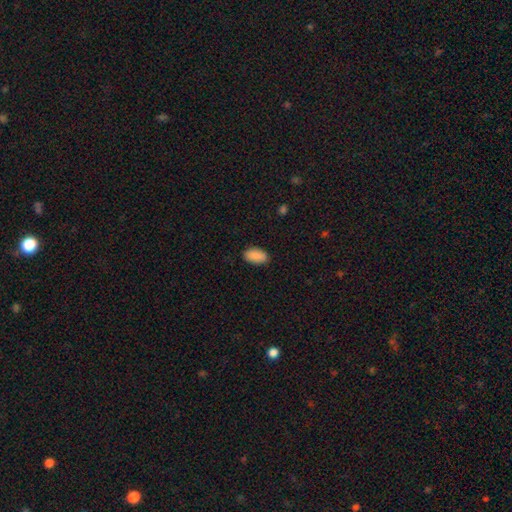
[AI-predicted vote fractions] Smooth or featured? Predicted: smooth (p=0.90). How rounded? Predicted: in between (p=0.94). Merging? Predicted: none (p=0.87).